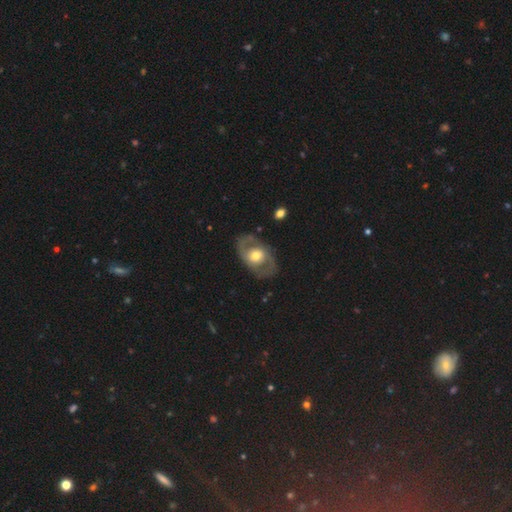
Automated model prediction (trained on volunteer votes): Smooth or featured: featured or disk — 75% (smooth — 20%)
Edge-on disk: no — 95% (yes — 5%)
Bar: no — 63% (weak — 28%)
Spiral arms: yes — 73% (no — 27%)
Spiral winding: medium — 50% (loose — 26%)
Spiral arm count: 2 — 86% (can't tell — 7%)
Bulge size: moderate — 68% (large — 17%)
Merging: none — 79% (minor disturbance — 13%)